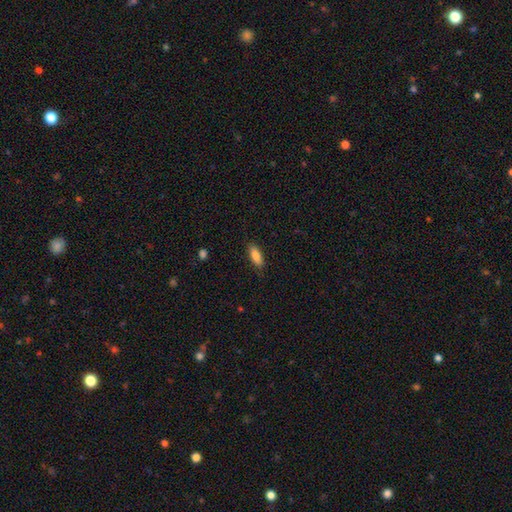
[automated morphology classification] Smooth or featured? Predicted: smooth (p=0.84). How rounded? Predicted: in between (p=0.67). Merging? Predicted: none (p=0.86).